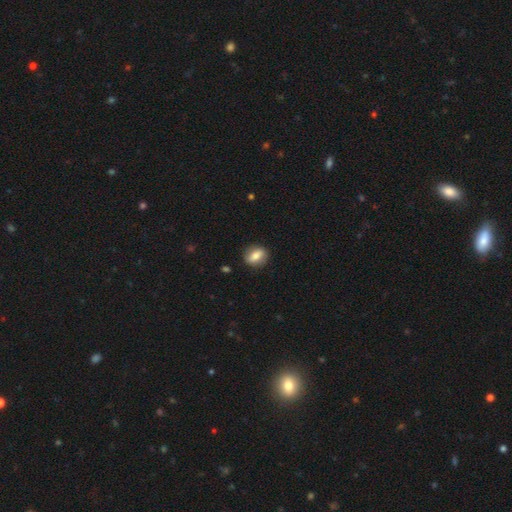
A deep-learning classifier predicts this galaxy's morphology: A smooth galaxy with no disk features (77%) that is in between round and cigar-shaped (62%). Merging: none (85%).